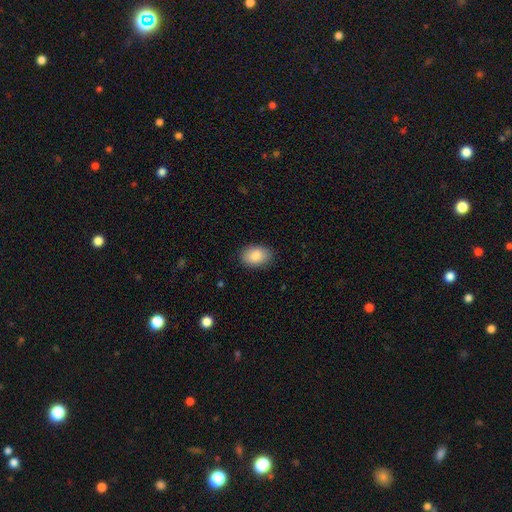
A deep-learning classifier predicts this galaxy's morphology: The model was most divided on "how rounded": in between: 86%, round: 13%, cigar-shaped: 1%. More confident: smooth or featured — smooth (88%); merging — none (87%).